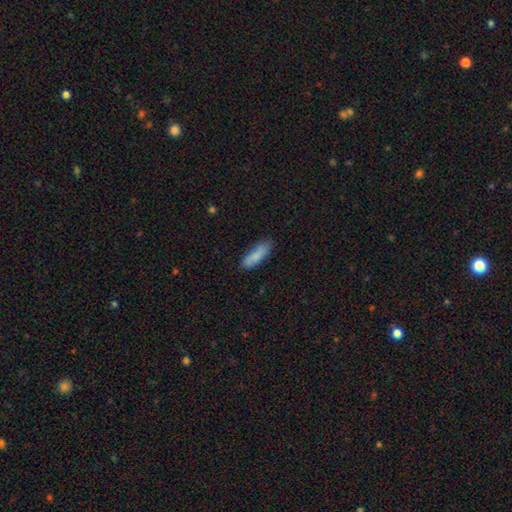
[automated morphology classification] Smooth or featured? smooth (85%)
How rounded? cigar-shaped (52%)
Merging? none (77%)